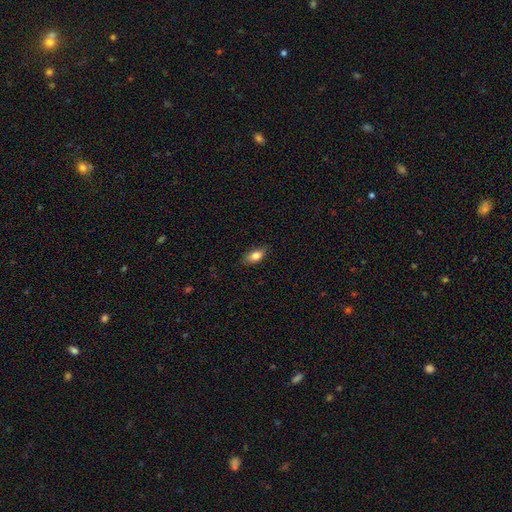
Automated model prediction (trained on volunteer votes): The model was most divided on "merging": none: 83%, minor disturbance: 13%, major disturbance: 3%, merger: 1%. More confident: how rounded — in between (88%); smooth or featured — smooth (83%).